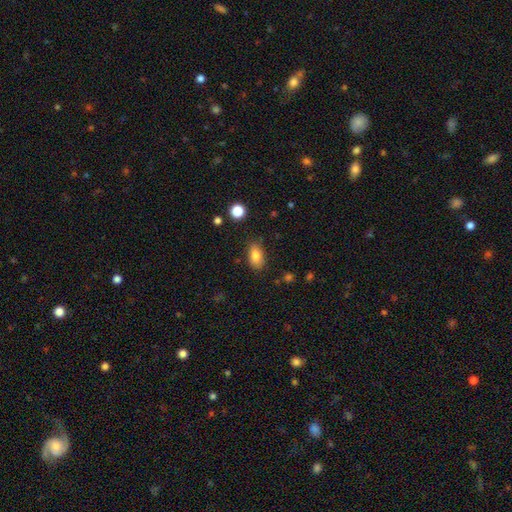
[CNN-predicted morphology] Overall: smooth (82%). How rounded: in between (88%). Merging: none (80%).